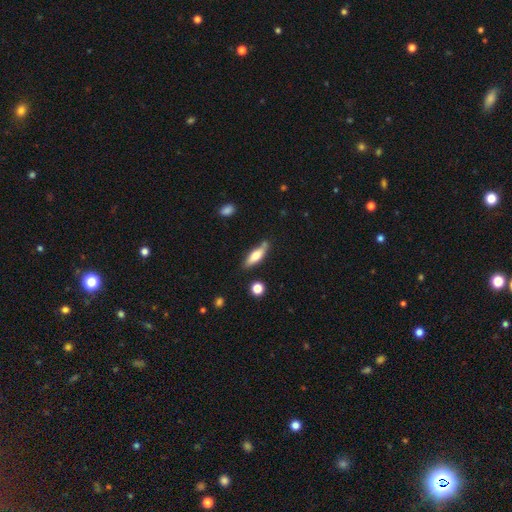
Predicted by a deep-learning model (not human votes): A smooth galaxy with no disk features (62%) that is cigar-shaped (49%, tied with in between). Merging: none (72%).